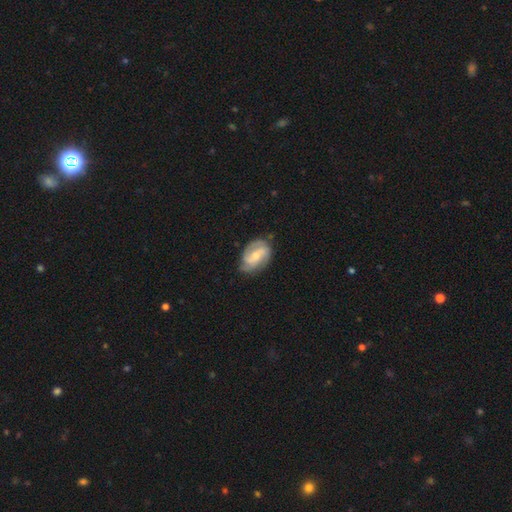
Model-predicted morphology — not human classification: featured or disk 77%, smooth 17%, star or artifact 5%. Down the decision tree: edge-on disk — no (97%); bar — weak (44%); spiral arms — yes (94%); spiral arm count — 2 (46%); spiral winding — medium (45%); bulge size — moderate (52%); merging — none (68%).